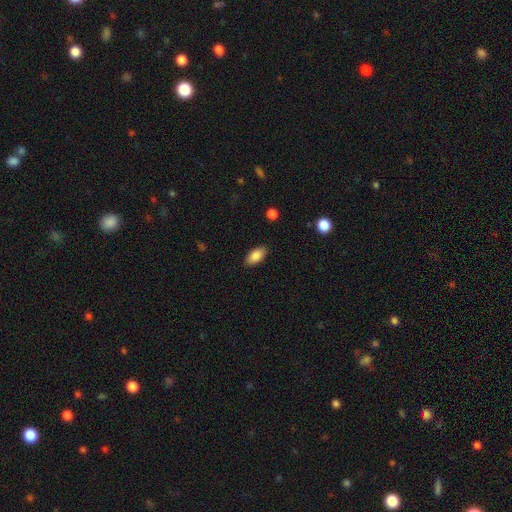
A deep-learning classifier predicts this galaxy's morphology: type=smooth (87%); roundness=in between (92%); merging=none (87%).